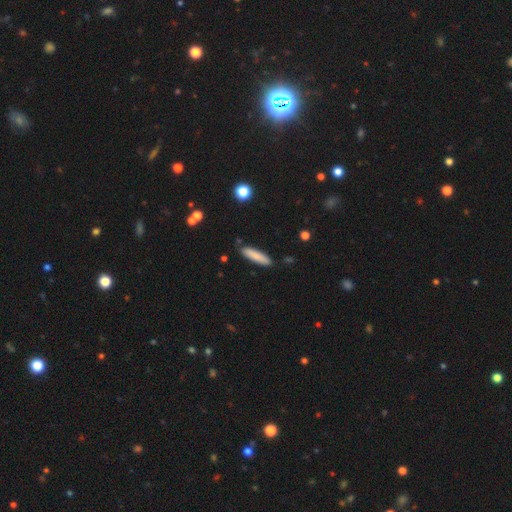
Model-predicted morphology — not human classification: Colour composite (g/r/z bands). It shows a smooth galaxy with no disk features (84%) that is cigar-shaped (80%). Merging: none (87%).